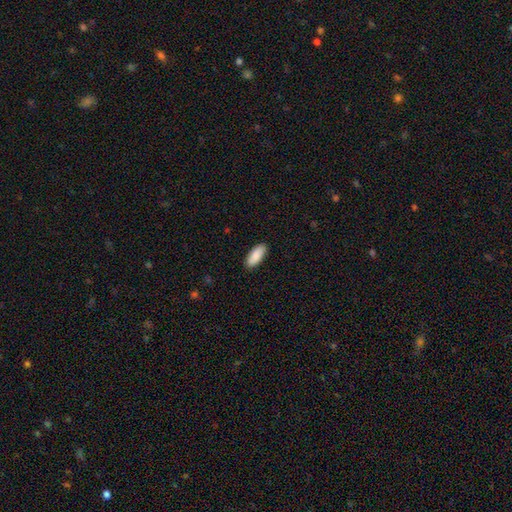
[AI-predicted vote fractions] smooth_or_featured: smooth (p=0.89) [alt: star or artifact p=0.06]
how_rounded: in between (p=0.83) [alt: cigar-shaped p=0.15]
merging: none (p=0.90) [alt: minor disturbance p=0.08]